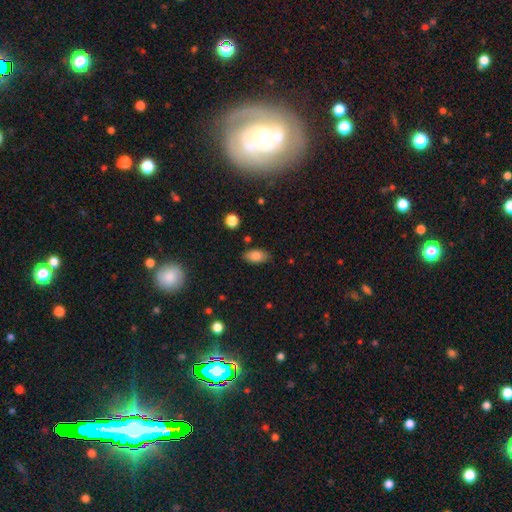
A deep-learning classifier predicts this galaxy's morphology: A smooth galaxy with no disk features (82%) that is in between round and cigar-shaped (91%).

Vote fractions:
- Smooth or featured? smooth: 82% / star or artifact: 9% / featured or disk: 9%
- How rounded? in between: 91% / cigar-shaped: 5% / round: 4%
- Merging? none: 84% / minor disturbance: 11% / major disturbance: 3% / merger: 2%